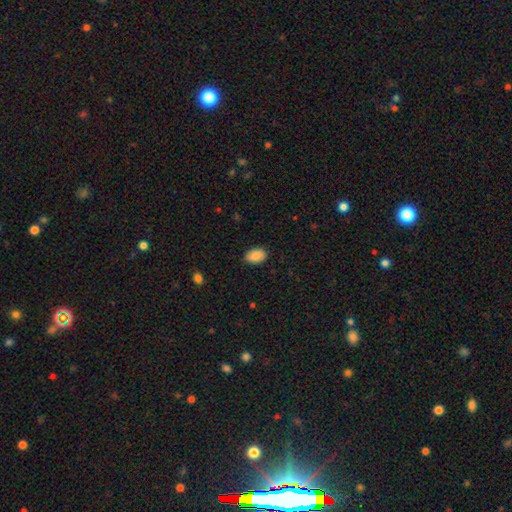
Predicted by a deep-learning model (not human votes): smooth 86%, star or artifact 7%, featured or disk 7%. Down the decision tree: how rounded — in between (87%); merging — none (85%).